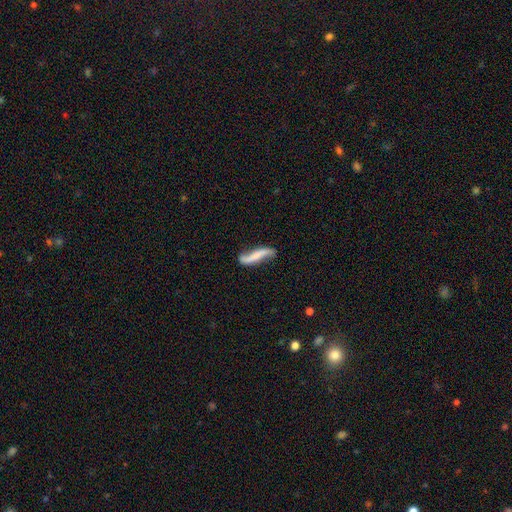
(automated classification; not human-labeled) Smooth or featured? Predicted: featured or disk (p=0.57). Edge-on disk? Predicted: no (p=0.77). Merging? Predicted: none (p=0.63).